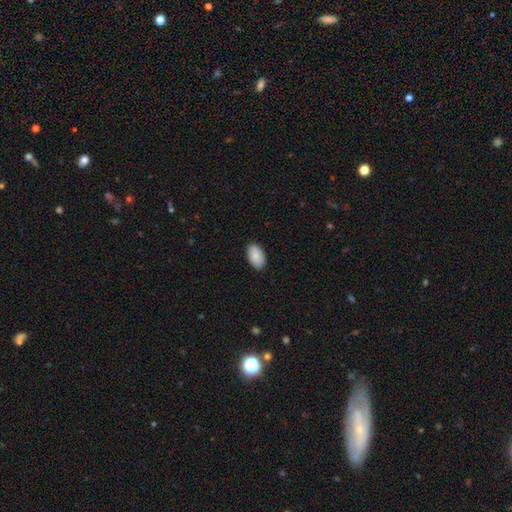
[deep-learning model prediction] This appears to be a smooth galaxy with no disk features (88%) that is in between round and cigar-shaped (95%). Merging: none (89%).